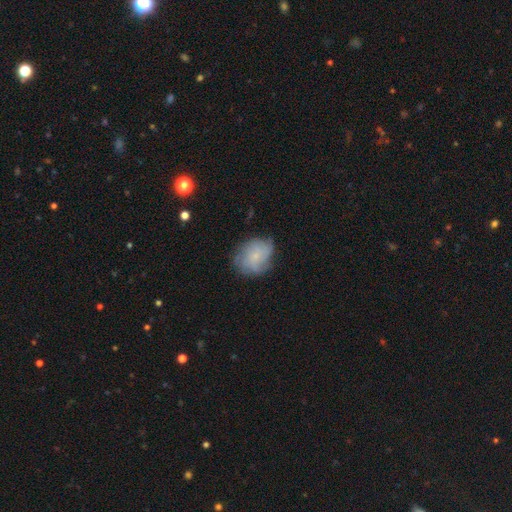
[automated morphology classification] The model was most divided on "smooth or featured": smooth: 46%, featured or disk: 44%, star or artifact: 10%. More confident: merging — none (66%).